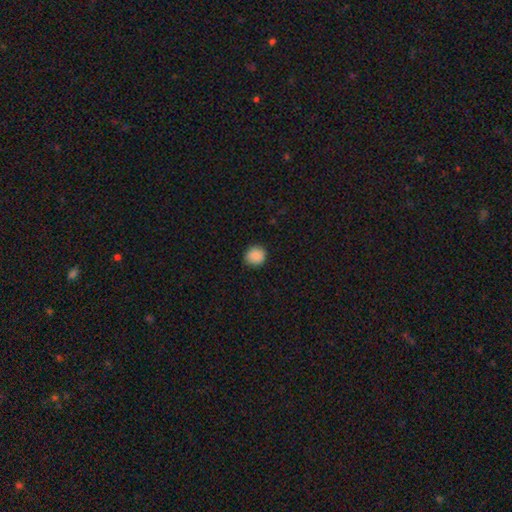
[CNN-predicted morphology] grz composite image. It shows a smooth galaxy with no disk features (88%) that is round (89%). Merging: none (89%).